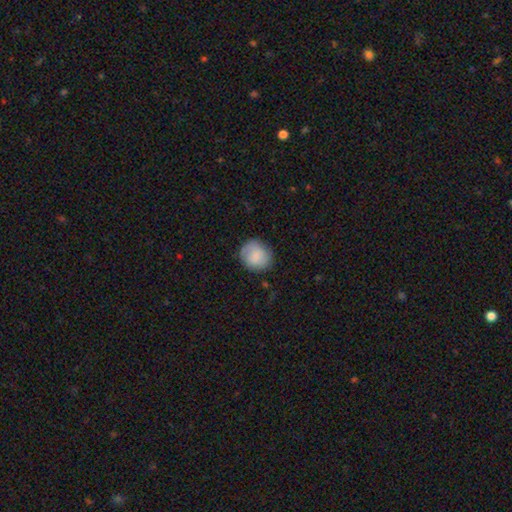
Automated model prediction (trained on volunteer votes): smooth-or-featured: smooth: 80% | featured or disk: 13% | star or artifact: 7%
  how-rounded: round: 84% | in between: 16% | cigar-shaped: 1%
  merging: none: 77% | minor disturbance: 17% | major disturbance: 5% | merger: 1%